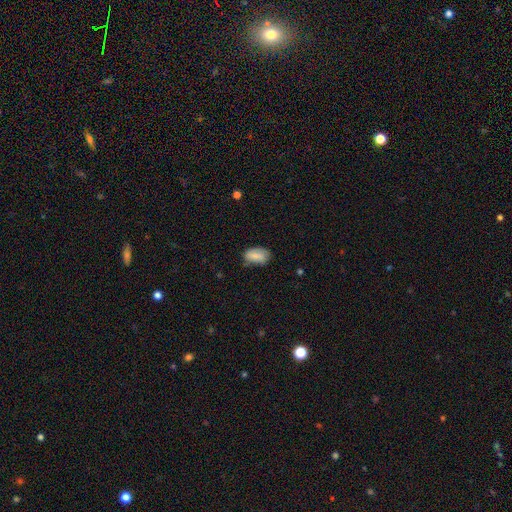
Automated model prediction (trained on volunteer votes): A smooth galaxy with no disk features (82%) that is in between round and cigar-shaped (91%).

Vote fractions:
- Smooth or featured? smooth: 82% / featured or disk: 11% / star or artifact: 7%
- How rounded? in between: 91% / round: 6% / cigar-shaped: 3%
- Merging? none: 65% / minor disturbance: 28% / major disturbance: 5% / merger: 2%